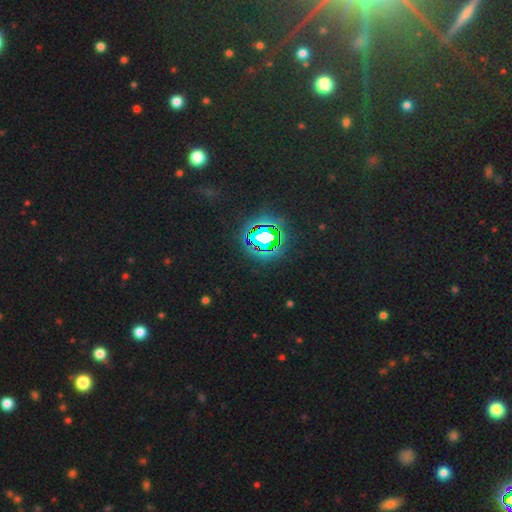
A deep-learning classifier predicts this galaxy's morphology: The model was most divided on "smooth or featured": star or artifact: 80%, smooth: 13%, featured or disk: 7%.